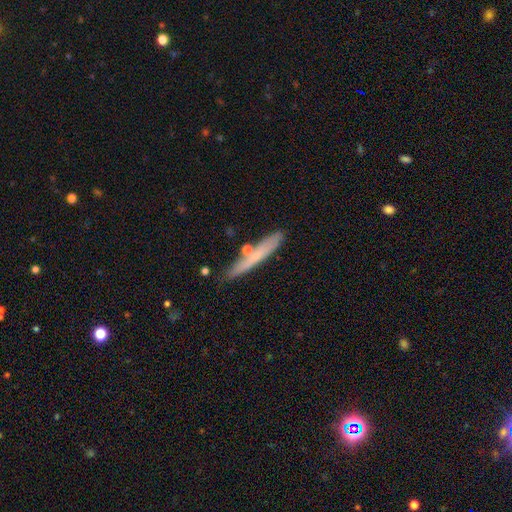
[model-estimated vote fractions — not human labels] smooth_or_featured: smooth (p=0.59) [alt: featured or disk p=0.35]
how_rounded: cigar-shaped (p=0.94) [alt: in between p=0.05]
merging: none (p=0.78) [alt: minor disturbance p=0.13]